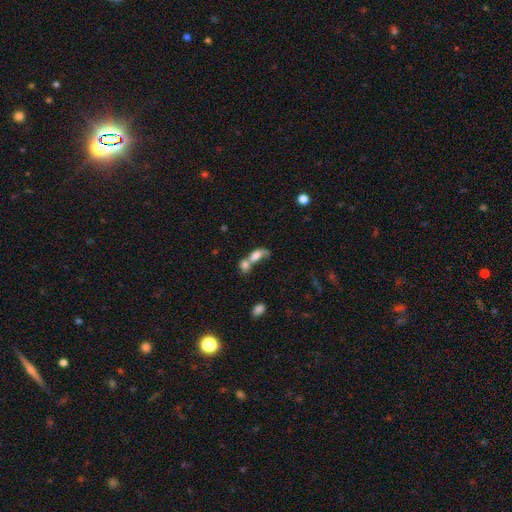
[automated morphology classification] A smooth galaxy with no disk features (66%) that is in between round and cigar-shaped (73%). Merging: merger (73%).